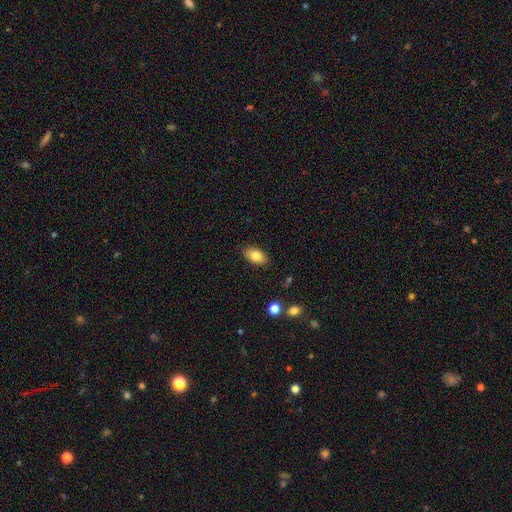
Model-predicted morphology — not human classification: A smooth galaxy with no disk features (83%) that is in between round and cigar-shaped (92%).

Vote fractions:
- Smooth or featured? smooth: 83% / featured or disk: 10% / star or artifact: 7%
- How rounded? in between: 92% / round: 5% / cigar-shaped: 2%
- Merging? none: 87% / minor disturbance: 10% / major disturbance: 2% / merger: 1%